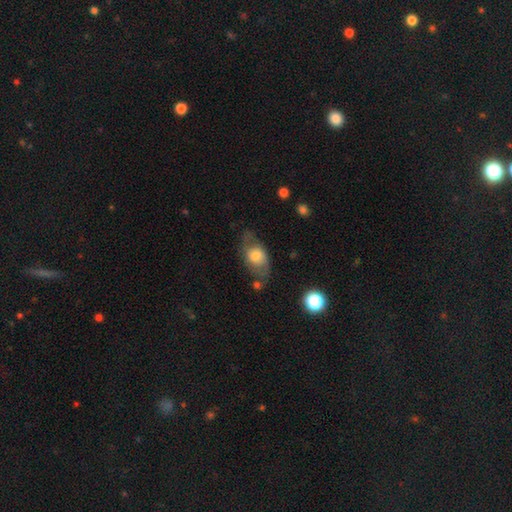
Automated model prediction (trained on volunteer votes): smooth-or-featured: smooth: 55% | featured or disk: 38% | star or artifact: 7%
  how-rounded: in between: 78% | round: 19% | cigar-shaped: 3%
  merging: none: 56% | minor disturbance: 24% | major disturbance: 15% | merger: 5%